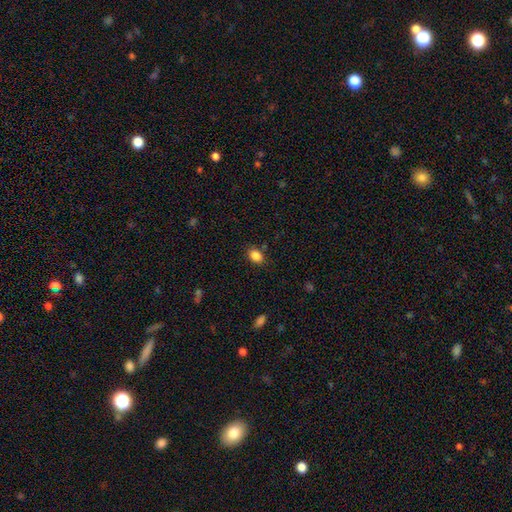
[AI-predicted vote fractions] This is clearly a smooth galaxy (86%). How rounded: likely in between (72%). Merging: clearly none (81%).